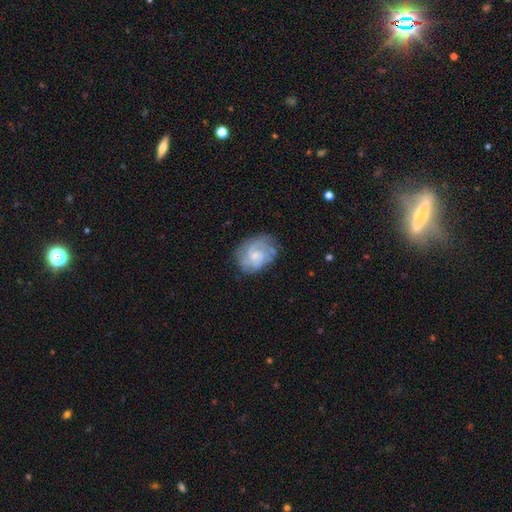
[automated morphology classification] Smooth or featured?
  - featured or disk: 70% *
  - smooth: 24%
  - star or artifact: 7%
Edge-on disk?
  - no: 98% *
  - yes: 2%
Bar?
  - no: 64% *
  - weak: 32%
  - strong: 4%
Spiral arms?
  - yes: 88% *
  - no: 12%
Spiral winding?
  - tight: 53% *
  - medium: 36%
  - loose: 11%
Spiral arm count?
  - can't tell: 37% *
  - 2: 29%
  - 3: 19%
  - 4: 6%
  - 1: 5%
  - more than 4: 4%
Bulge size?
  - small: 52% *
  - moderate: 33%
  - none: 11%
  - large: 3%
  - dominant: 1%
Merging?
  - none: 63% *
  - minor disturbance: 24%
  - major disturbance: 11%
  - merger: 2%